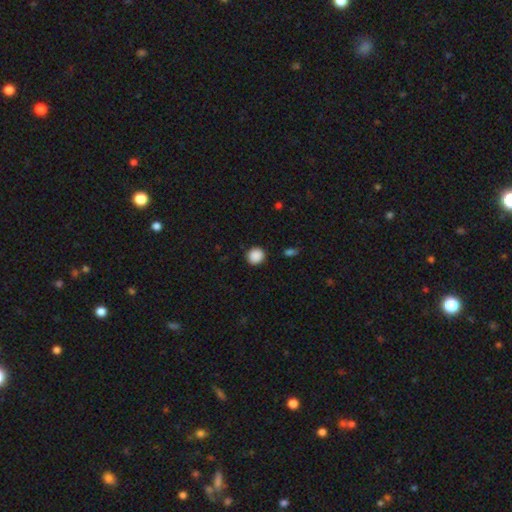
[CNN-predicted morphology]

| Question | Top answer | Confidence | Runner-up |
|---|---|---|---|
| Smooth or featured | smooth | 89% | star or artifact (9%) |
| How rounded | round | 89% | in between (10%) |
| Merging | none | 90% | minor disturbance (7%) |